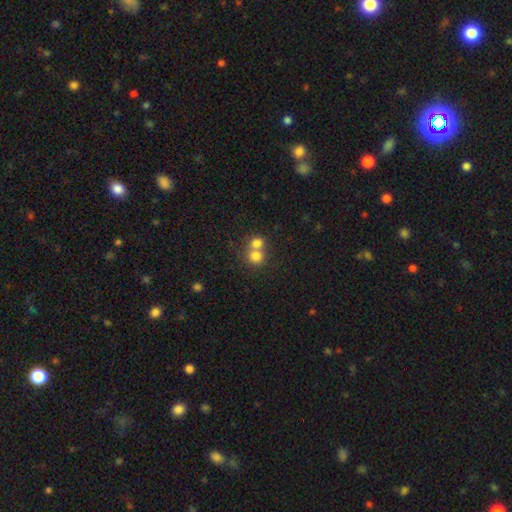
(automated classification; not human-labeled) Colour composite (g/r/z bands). It shows a smooth galaxy with no disk features (77%) that is round (80%). Merging: merger (59%).